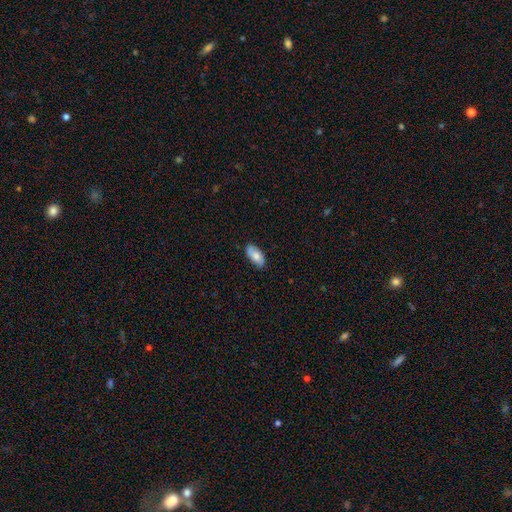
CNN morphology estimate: Smooth or featured?
  - smooth: 69% *
  - featured or disk: 25%
  - star or artifact: 6%
How rounded?
  - in between: 91% *
  - cigar-shaped: 6%
  - round: 3%
Merging?
  - none: 82% *
  - minor disturbance: 15%
  - major disturbance: 3%
  - merger: 1%